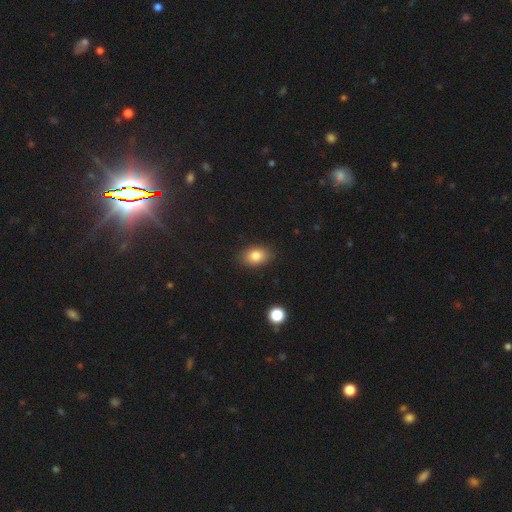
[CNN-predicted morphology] A smooth galaxy with no disk features (83%) that is in between round and cigar-shaped (82%).

Vote fractions:
- Smooth or featured? smooth: 83% / star or artifact: 9% / featured or disk: 8%
- How rounded? in between: 82% / round: 16% / cigar-shaped: 1%
- Merging? none: 86% / minor disturbance: 10% / major disturbance: 2% / merger: 1%